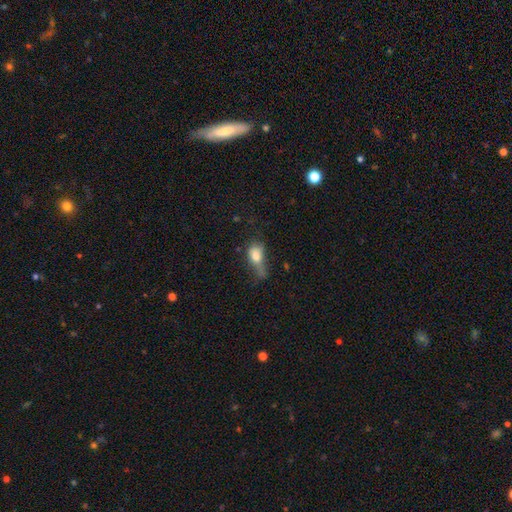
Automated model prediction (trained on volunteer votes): Smooth or featured?
  - smooth: 73% *
  - featured or disk: 17%
  - star or artifact: 10%
How rounded?
  - in between: 78% *
  - round: 14%
  - cigar-shaped: 8%
Merging?
  - major disturbance: 41% *
  - minor disturbance: 29%
  - none: 21%
  - merger: 9%